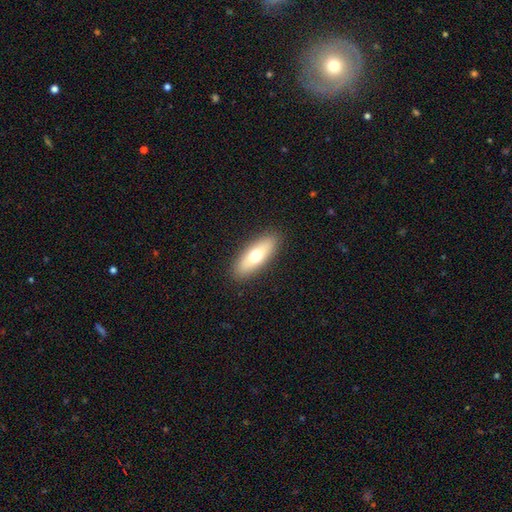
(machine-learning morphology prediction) smooth 65%, featured or disk 28%, star or artifact 7%. Down the decision tree: how rounded — in between (65%); merging — none (89%).